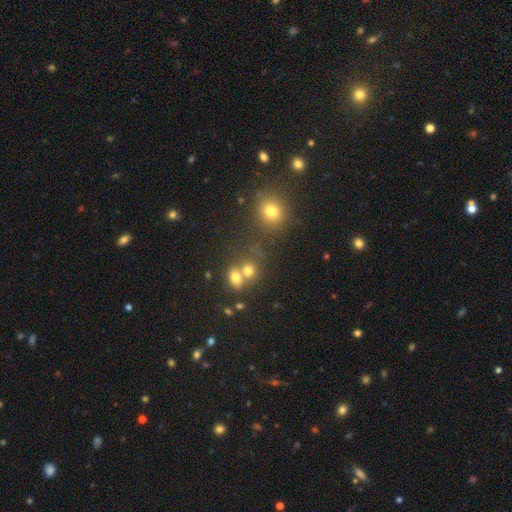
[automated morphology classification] smooth 52%, star or artifact 39%, featured or disk 9%. Down the decision tree: how rounded — round (84%); merging — none (64%).